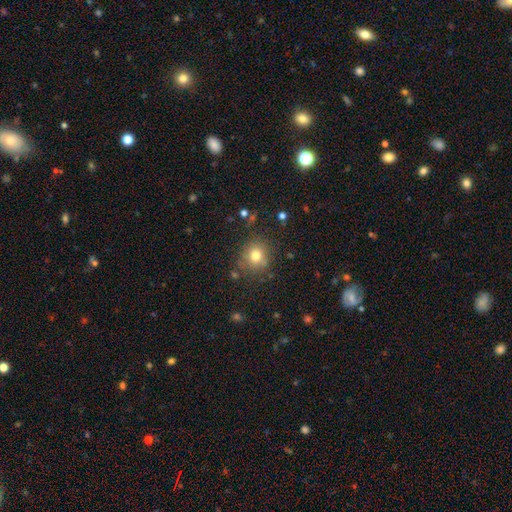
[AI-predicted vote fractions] This is likely a smooth galaxy (76%). How rounded: clearly round (83%). Merging: likely none (80%).